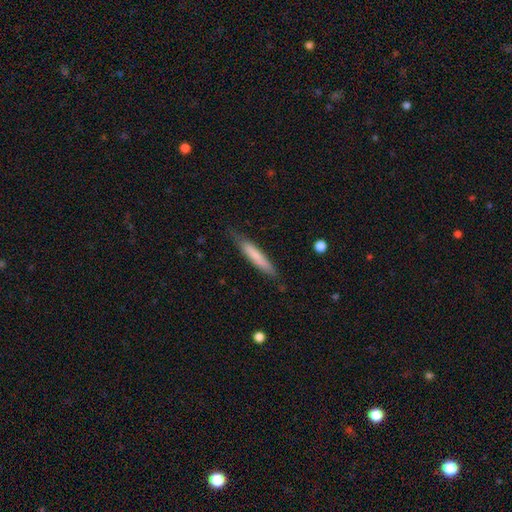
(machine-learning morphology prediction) Smooth or featured: smooth — 73% (featured or disk — 21%)
How rounded: cigar-shaped — 91% (in between — 8%)
Merging: none — 78% (minor disturbance — 18%)